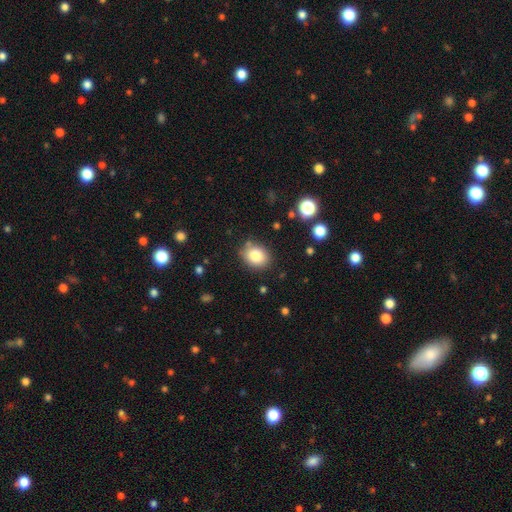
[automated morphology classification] This appears to be a smooth galaxy with no disk features (83%) that is round (53%). Merging: none (81%).